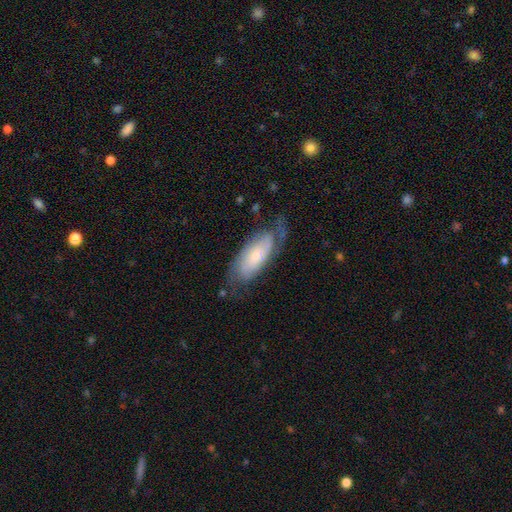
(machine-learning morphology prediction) type=featured or disk (62%); edge-on=no (88%); bar=no (66%); spiral arms=yes (88%); bulge=small (57%); merging=none (59%).